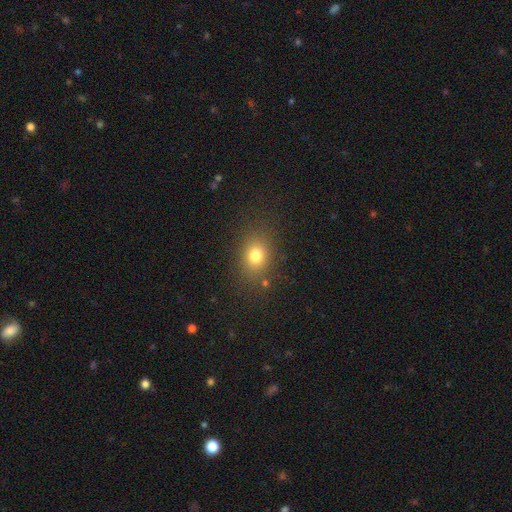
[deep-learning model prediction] Morphology: type=smooth (76%); roundness=in between (54%); merging=none (82%).